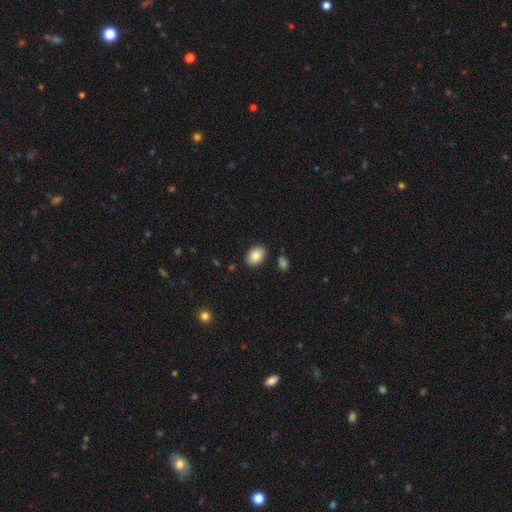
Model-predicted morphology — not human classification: Smooth or featured? smooth (84%)
How rounded? in between (86%)
Merging? none (88%)